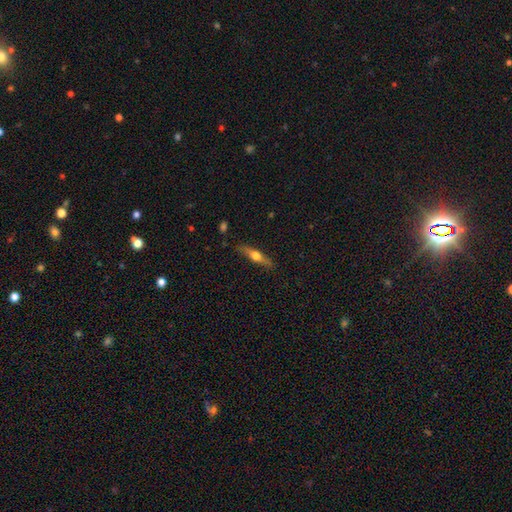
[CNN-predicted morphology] Smooth or featured?
  - featured or disk: 61% *
  - smooth: 33%
  - star or artifact: 6%
Edge-on disk?
  - yes: 96% *
  - no: 4%
Edge-on bulge?
  - rounded: 94% *
  - boxy: 4%
  - none: 3%
Merging?
  - none: 86% *
  - minor disturbance: 10%
  - major disturbance: 2%
  - merger: 2%